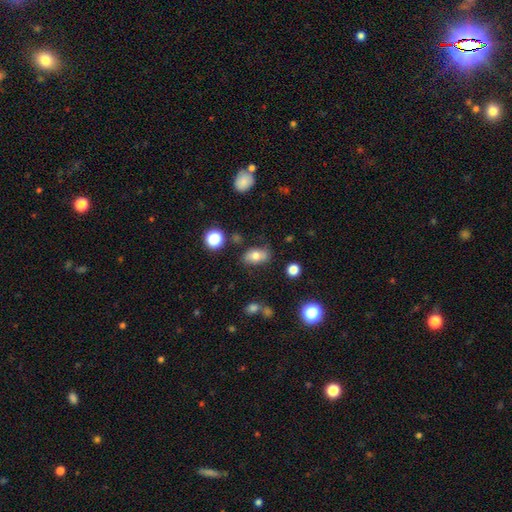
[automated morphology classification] Smooth or featured? smooth (72%)
How rounded? in between (86%)
Merging? none (76%)